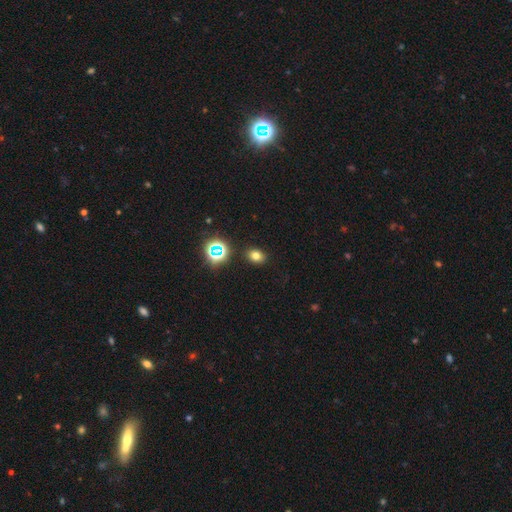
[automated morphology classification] A smooth galaxy with no disk features (72%) that is in between round and cigar-shaped (62%).

Vote fractions:
- Smooth or featured? smooth: 72% / star or artifact: 20% / featured or disk: 8%
- How rounded? in between: 62% / round: 37% / cigar-shaped: 1%
- Merging? none: 87% / minor disturbance: 8% / major disturbance: 2% / merger: 2%